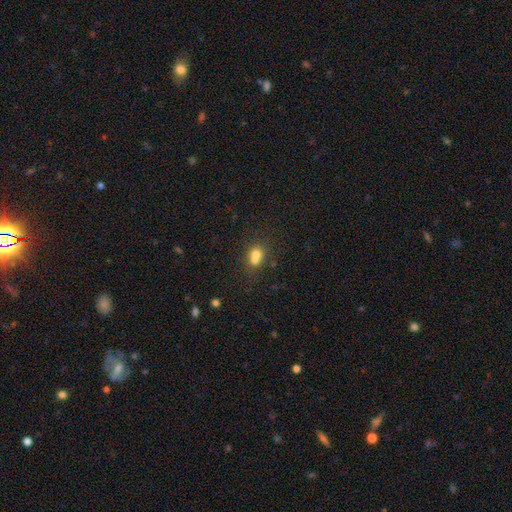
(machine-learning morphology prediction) type=smooth (69%); roundness=round (62%); merging=merger (56%).